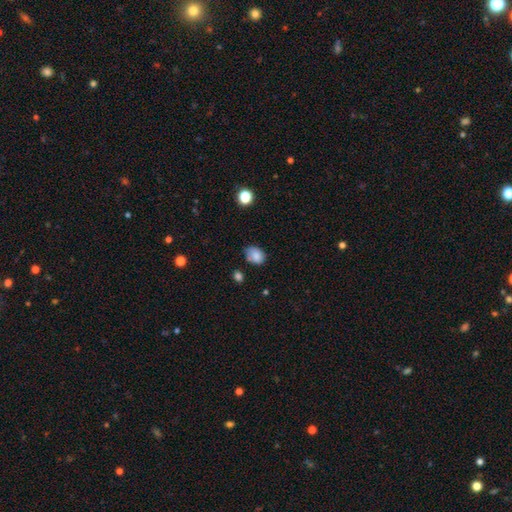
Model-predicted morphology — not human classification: Smooth or featured? Predicted: smooth (p=0.83). How rounded? Predicted: in between (p=0.67). Merging? Predicted: none (p=0.58).